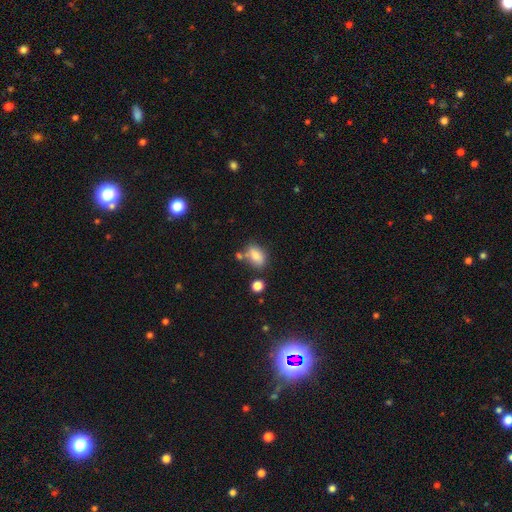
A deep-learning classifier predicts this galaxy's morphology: This is clearly a smooth galaxy (81%). How rounded: clearly in between (84%). Merging: likely none (61%).